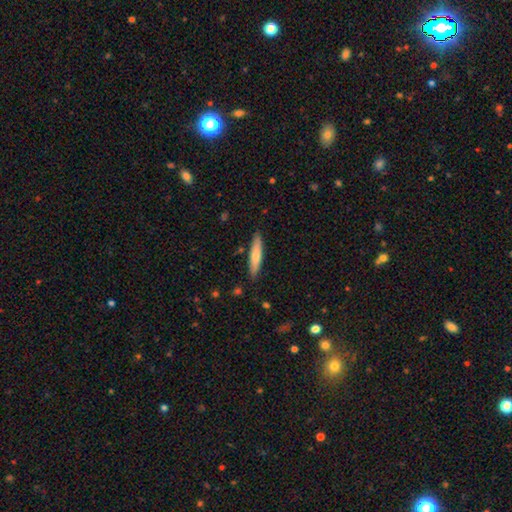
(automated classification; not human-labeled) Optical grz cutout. It shows a smooth galaxy with no disk features (68%) that is cigar-shaped (86%). Merging: none (87%).